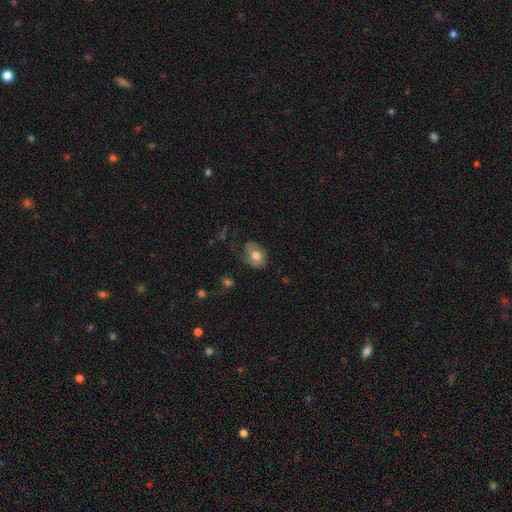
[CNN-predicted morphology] Smooth or featured?
  - smooth: 70% *
  - featured or disk: 22%
  - star or artifact: 8%
How rounded?
  - in between: 71% *
  - round: 28%
  - cigar-shaped: 1%
Merging?
  - none: 58% *
  - minor disturbance: 28%
  - major disturbance: 12%
  - merger: 2%